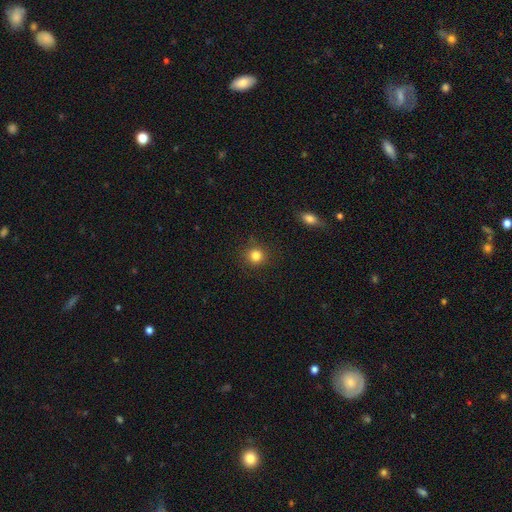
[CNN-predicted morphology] This is clearly a smooth galaxy (83%). How rounded: clearly round (92%). Merging: clearly none (87%).